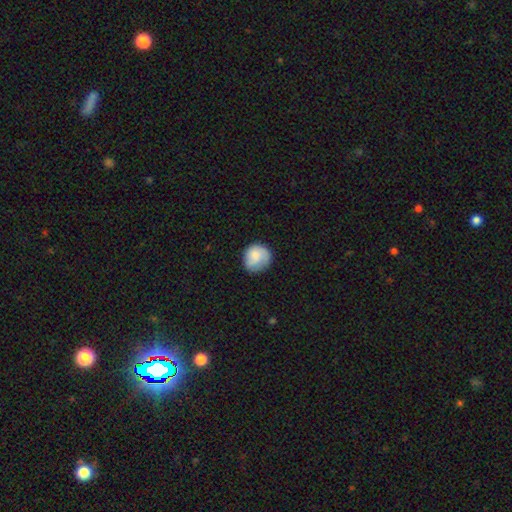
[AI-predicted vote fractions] Smooth or featured?
  - smooth: 79% *
  - featured or disk: 15%
  - star or artifact: 7%
How rounded?
  - round: 83% *
  - in between: 16%
  - cigar-shaped: 1%
Merging?
  - none: 68% *
  - minor disturbance: 23%
  - major disturbance: 8%
  - merger: 1%